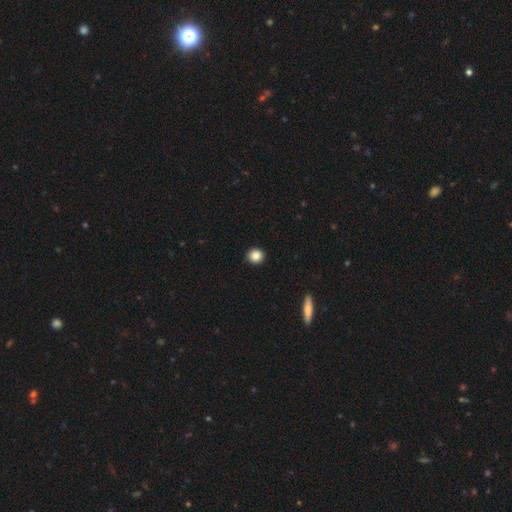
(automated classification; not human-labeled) This appears to be a smooth galaxy with no disk features (86%) that is round (93%). Merging: none (93%).